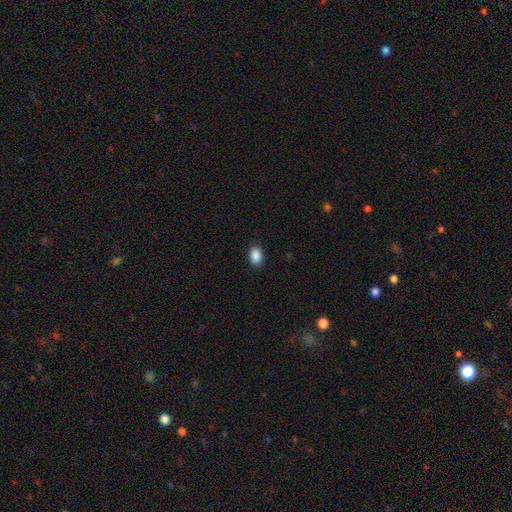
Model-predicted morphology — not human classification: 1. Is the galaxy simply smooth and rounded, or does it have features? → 90% smooth, 8% star or artifact, 2% featured or disk.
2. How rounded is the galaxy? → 83% in between, 16% round, 1% cigar-shaped.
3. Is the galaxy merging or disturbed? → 90% none, 7% minor disturbance, 2% major disturbance, 1% merger.